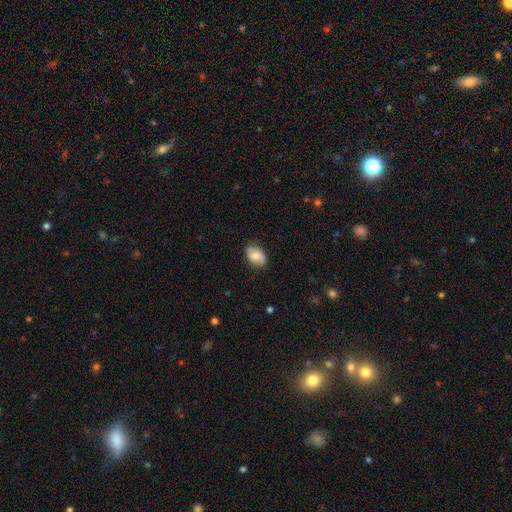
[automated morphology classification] Smooth or featured?
  - smooth: 59% *
  - featured or disk: 33%
  - star or artifact: 8%
How rounded?
  - in between: 85% *
  - round: 14%
  - cigar-shaped: 1%
Merging?
  - none: 80% *
  - minor disturbance: 15%
  - major disturbance: 3%
  - merger: 1%